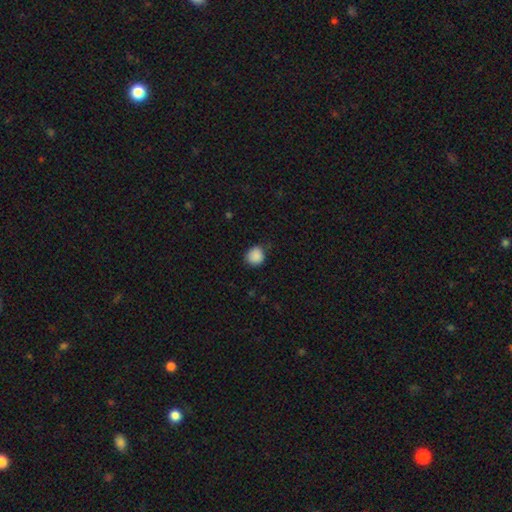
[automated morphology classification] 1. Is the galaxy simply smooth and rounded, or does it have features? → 88% smooth, 9% star or artifact, 3% featured or disk.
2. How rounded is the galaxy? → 83% round, 16% in between, 1% cigar-shaped.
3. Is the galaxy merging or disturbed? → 71% none, 23% minor disturbance, 4% major disturbance, 1% merger.